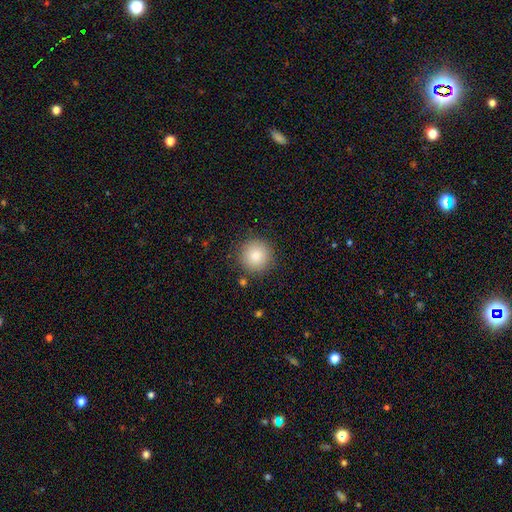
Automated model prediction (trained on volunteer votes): smooth 86%, star or artifact 8%, featured or disk 5%. Down the decision tree: how rounded — round (95%); merging — none (88%).